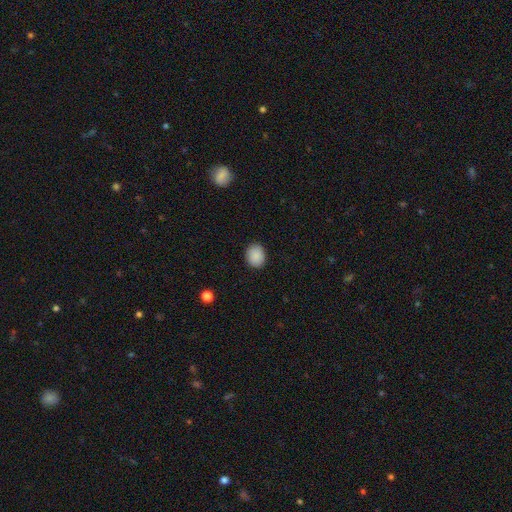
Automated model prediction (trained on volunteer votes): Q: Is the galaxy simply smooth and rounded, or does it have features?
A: smooth — 89%.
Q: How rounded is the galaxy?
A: round — 54%.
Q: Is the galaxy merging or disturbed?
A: none — 89%.